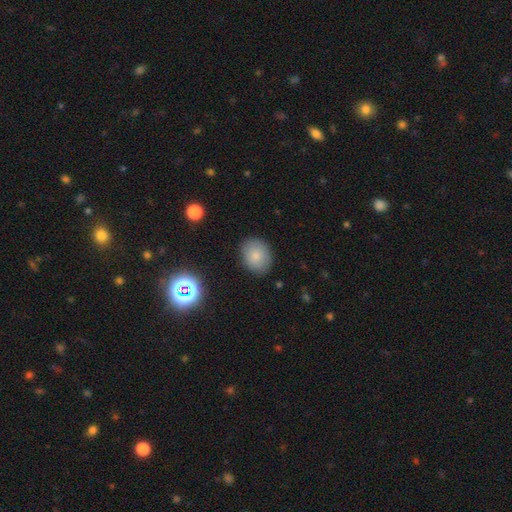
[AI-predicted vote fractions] Smooth or featured? Predicted: smooth (p=0.81). How rounded? Predicted: in between (p=0.53). Merging? Predicted: none (p=0.86).